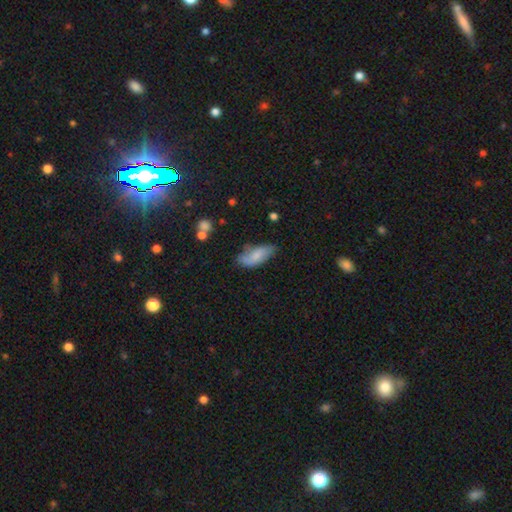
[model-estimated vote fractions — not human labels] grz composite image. It shows a smooth galaxy with no disk features (70%) that is in between round and cigar-shaped (85%). Merging: none (50%).